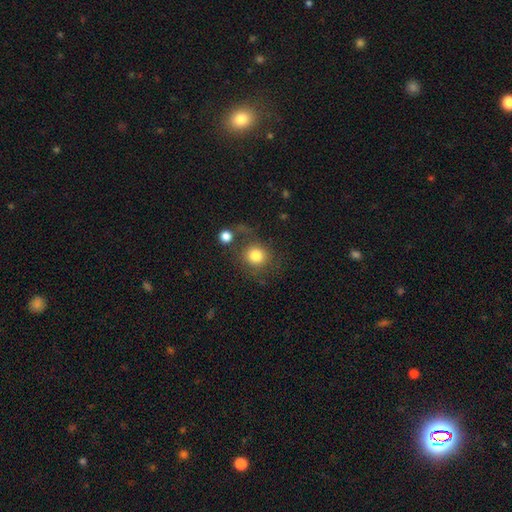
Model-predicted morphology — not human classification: Smooth or featured? smooth (81%)
How rounded? round (85%)
Merging? none (60%)